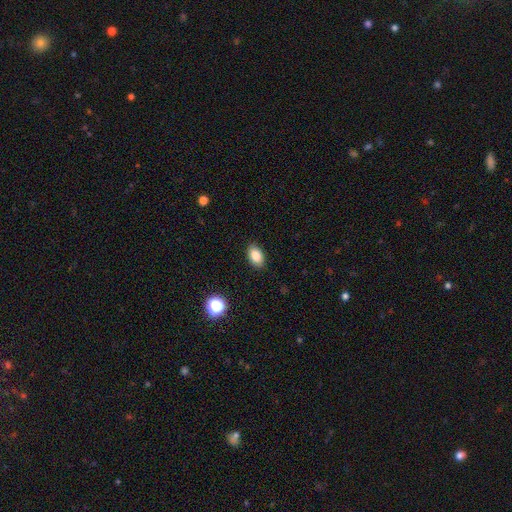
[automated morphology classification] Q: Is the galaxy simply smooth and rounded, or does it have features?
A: smooth — 85%.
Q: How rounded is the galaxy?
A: in between — 89%.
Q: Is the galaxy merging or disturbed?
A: none — 88%.